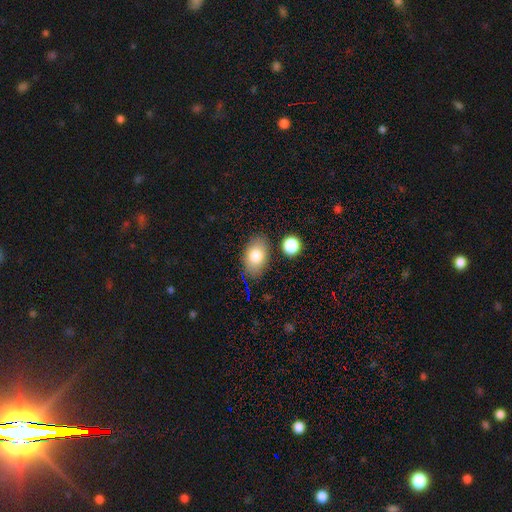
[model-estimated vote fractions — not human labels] Overall: smooth (81%). How rounded: in between (89%). Merging: none (81%).